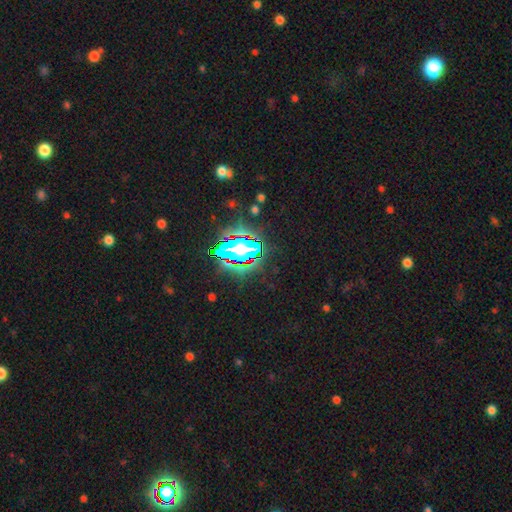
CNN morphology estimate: Smooth or featured? star or artifact (72%)